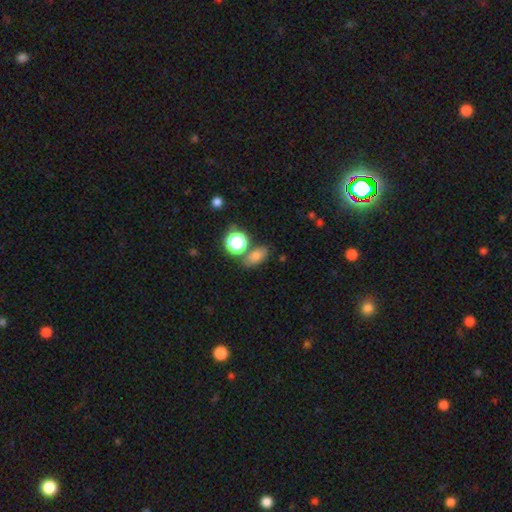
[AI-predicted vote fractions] Smooth or featured?
  - smooth: 75% *
  - star or artifact: 16%
  - featured or disk: 9%
How rounded?
  - in between: 72% *
  - round: 24%
  - cigar-shaped: 5%
Merging?
  - none: 66% *
  - merger: 16%
  - minor disturbance: 13%
  - major disturbance: 4%